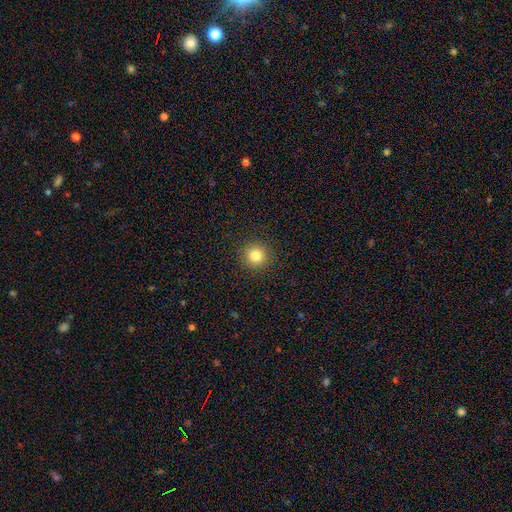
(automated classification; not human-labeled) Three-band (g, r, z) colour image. It shows a smooth galaxy with no disk features (82%) that is round (95%). Merging: none (92%).